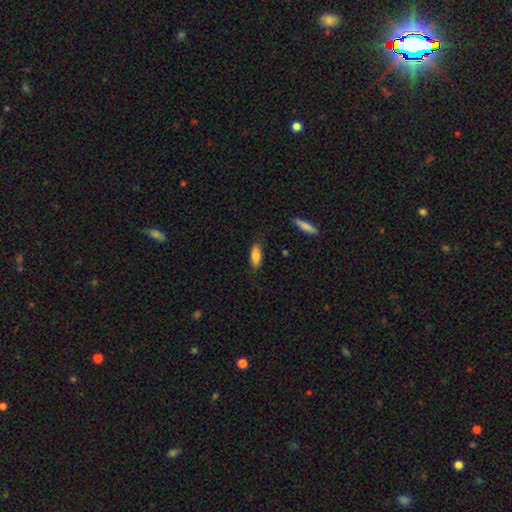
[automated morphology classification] Smooth or featured? Predicted: smooth (p=0.81). How rounded? Predicted: in between (p=0.74). Merging? Predicted: none (p=0.78).